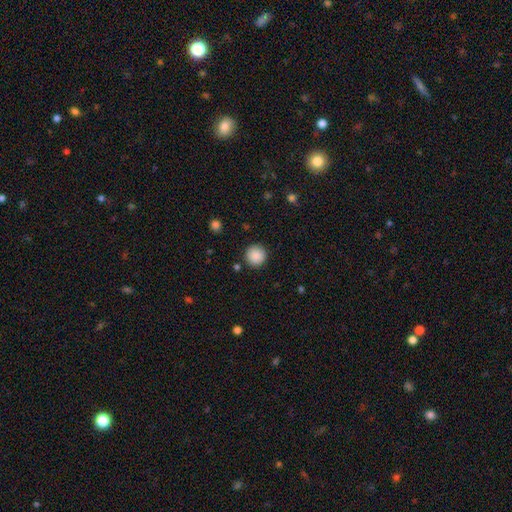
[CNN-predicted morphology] Smooth or featured?
  - smooth: 89% *
  - star or artifact: 8%
  - featured or disk: 3%
How rounded?
  - round: 96% *
  - in between: 3%
  - cigar-shaped: 1%
Merging?
  - none: 91% *
  - minor disturbance: 6%
  - major disturbance: 2%
  - merger: 1%